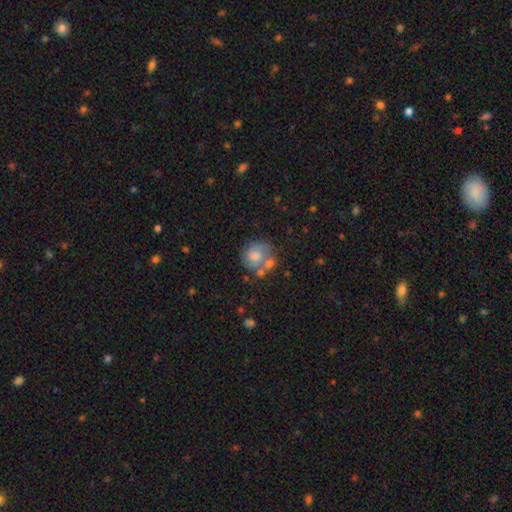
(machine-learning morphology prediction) Q: Smooth or featured?
A: smooth (52%); runner-up: featured or disk (39%)
Q: How rounded?
A: round (73%); runner-up: in between (26%)
Q: Merging?
A: none (42%); runner-up: merger (25%)